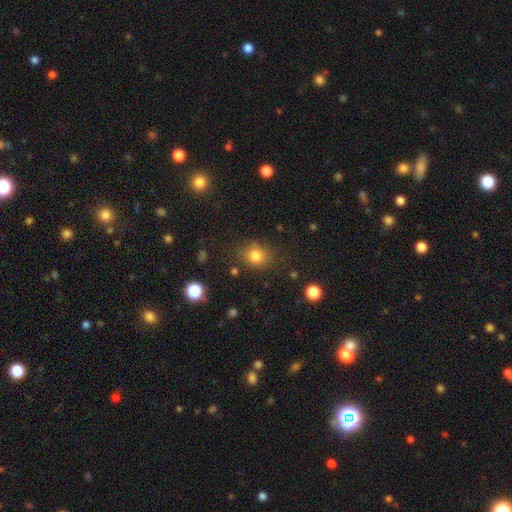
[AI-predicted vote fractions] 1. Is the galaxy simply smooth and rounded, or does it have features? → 80% smooth, 13% star or artifact, 7% featured or disk.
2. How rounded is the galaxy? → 72% round, 27% in between, 1% cigar-shaped.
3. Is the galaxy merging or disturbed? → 78% none, 14% minor disturbance, 5% major disturbance, 4% merger.